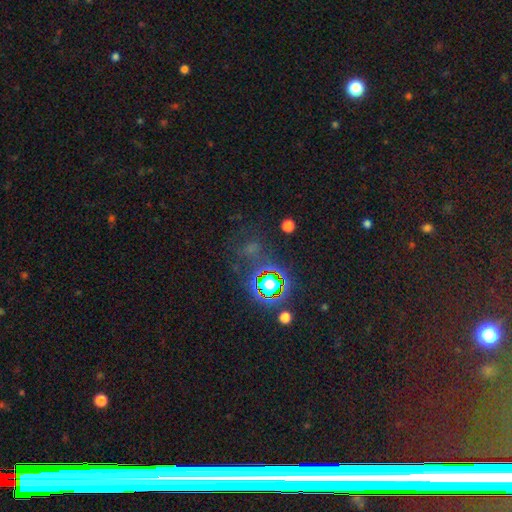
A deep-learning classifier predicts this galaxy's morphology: Q: Smooth or featured?
A: star or artifact (74%); runner-up: smooth (16%)